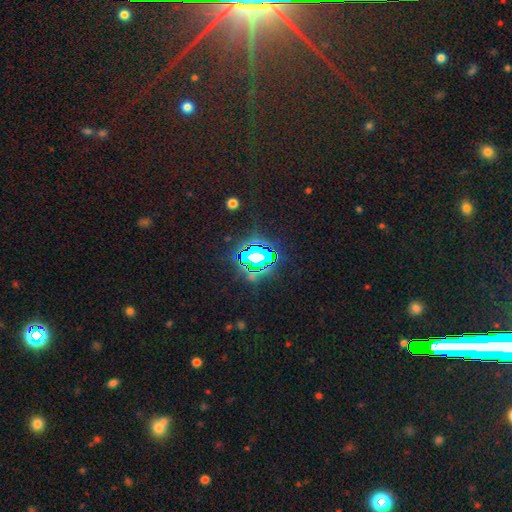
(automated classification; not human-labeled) Morphology: type=star or artifact (76%).